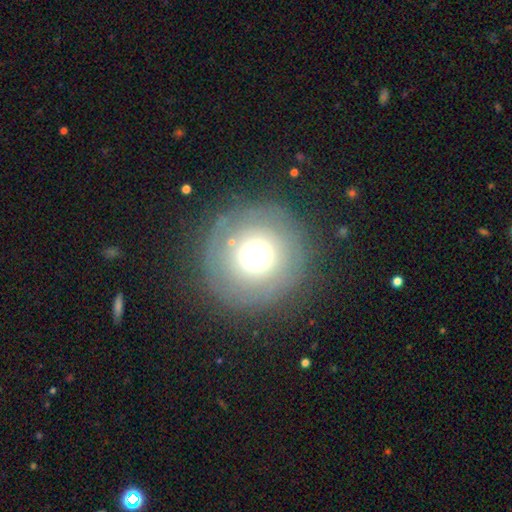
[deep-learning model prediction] Smooth or featured? smooth (55%)
How rounded? round (95%)
Merging? none (79%)